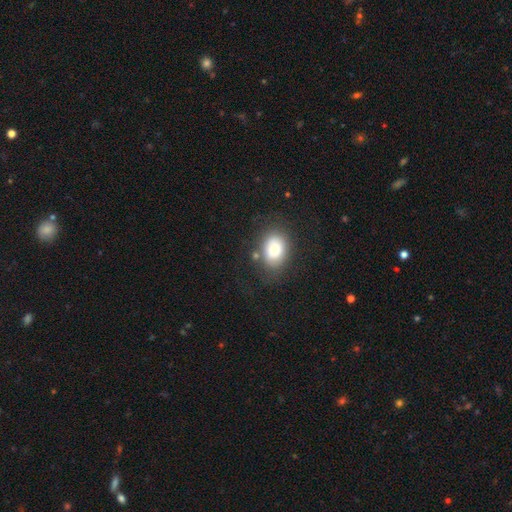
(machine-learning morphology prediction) Smooth or featured? Predicted: smooth (p=0.76). How rounded? Predicted: in between (p=0.72). Merging? Predicted: none (p=0.74).